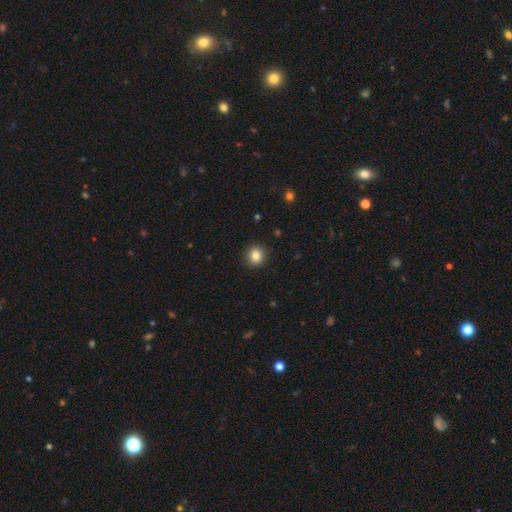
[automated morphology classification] smooth 84%, star or artifact 10%, featured or disk 6%. Down the decision tree: how rounded — round (86%); merging — none (91%).